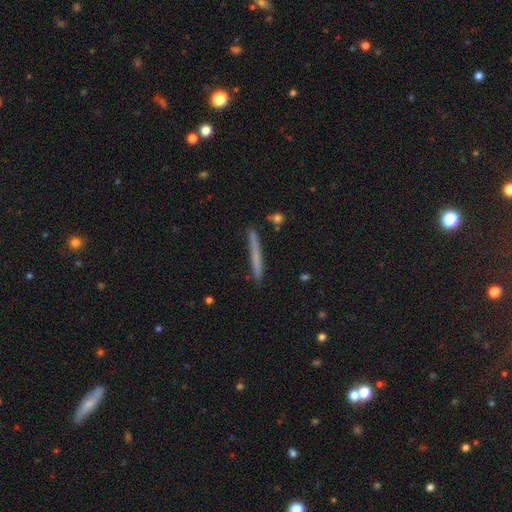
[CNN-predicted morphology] Smooth or featured? smooth (61%)
How rounded? cigar-shaped (97%)
Merging? none (87%)